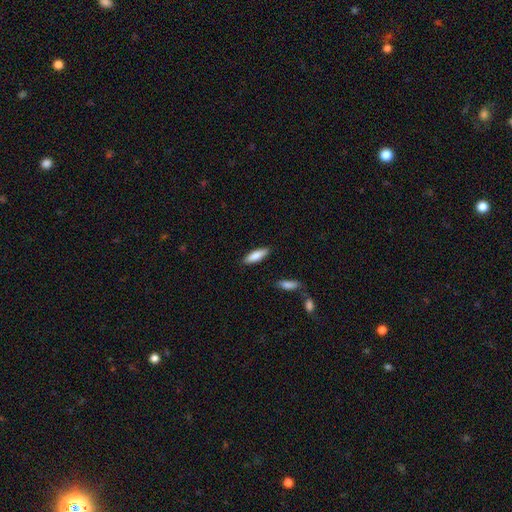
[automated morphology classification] Smooth or featured?
  - smooth: 84% *
  - featured or disk: 11%
  - star or artifact: 6%
How rounded?
  - in between: 50% *
  - cigar-shaped: 48%
  - round: 2%
Merging?
  - none: 86% *
  - minor disturbance: 9%
  - major disturbance: 2%
  - merger: 2%